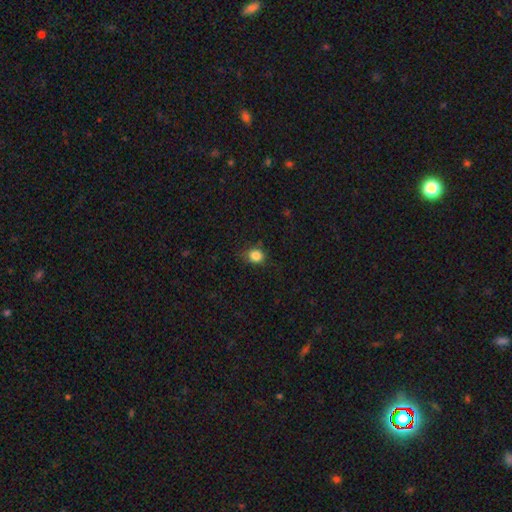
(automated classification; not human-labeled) This is clearly a smooth galaxy (84%). How rounded: likely round (73%). Merging: likely none (75%).